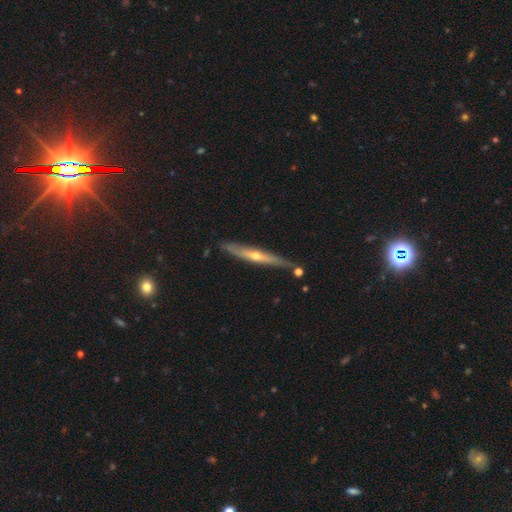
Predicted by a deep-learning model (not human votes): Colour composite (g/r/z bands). It shows a featured or disk galaxy (72%) viewed edge-on (95%) with a rounded central bulge (81%). Merging: none (84%).